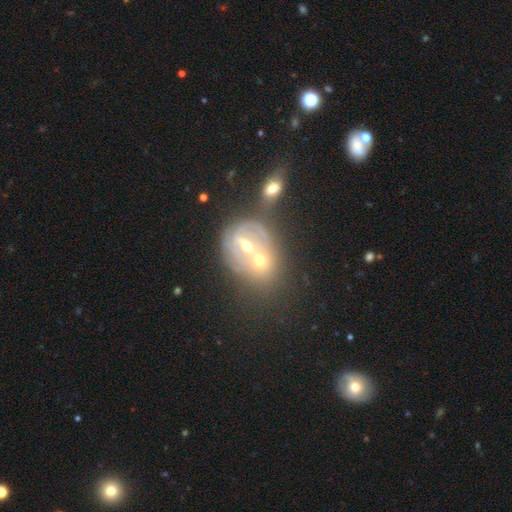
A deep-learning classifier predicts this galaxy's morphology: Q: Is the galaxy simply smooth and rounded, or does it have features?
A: featured or disk — 62%.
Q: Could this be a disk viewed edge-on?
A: no — 94%.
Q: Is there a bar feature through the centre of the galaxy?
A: no — 48%.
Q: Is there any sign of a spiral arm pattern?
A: no — 51%.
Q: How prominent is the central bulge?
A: moderate — 57%.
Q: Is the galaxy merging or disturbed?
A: merger — 59%.